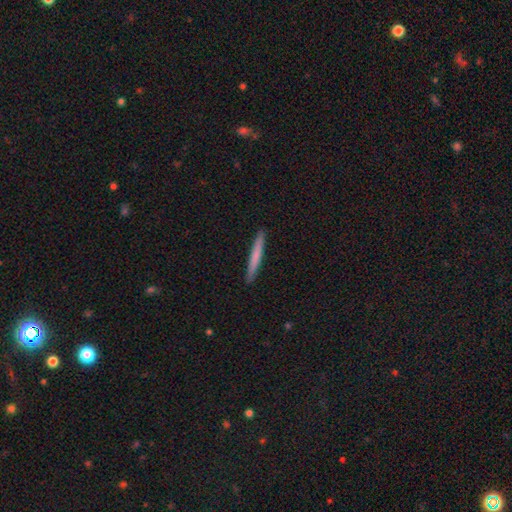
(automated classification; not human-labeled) Smooth or featured?
  - smooth: 69% *
  - featured or disk: 26%
  - star or artifact: 5%
How rounded?
  - cigar-shaped: 97% *
  - in between: 2%
  - round: 1%
Merging?
  - none: 93% *
  - minor disturbance: 5%
  - major disturbance: 1%
  - merger: 1%